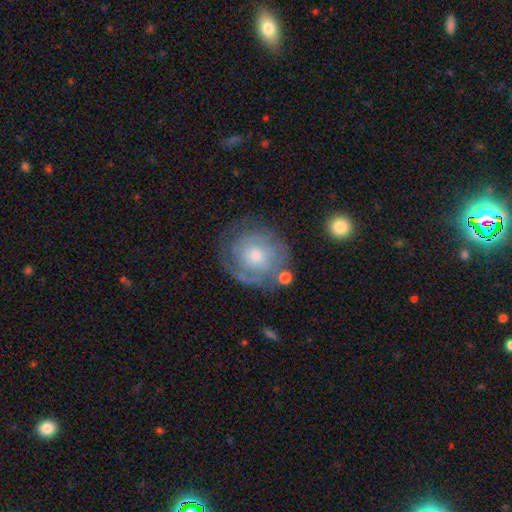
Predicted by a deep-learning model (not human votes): Smooth or featured? Predicted: featured or disk (p=0.69). Edge-on disk? Predicted: no (p=0.97). Bar? Predicted: no (p=0.80). Spiral arms? Predicted: yes (p=0.82). Spiral winding? Predicted: tight (p=0.71). Spiral arm count? Predicted: can't tell (p=0.46). Bulge size? Predicted: small (p=0.48). Merging? Predicted: none (p=0.66).